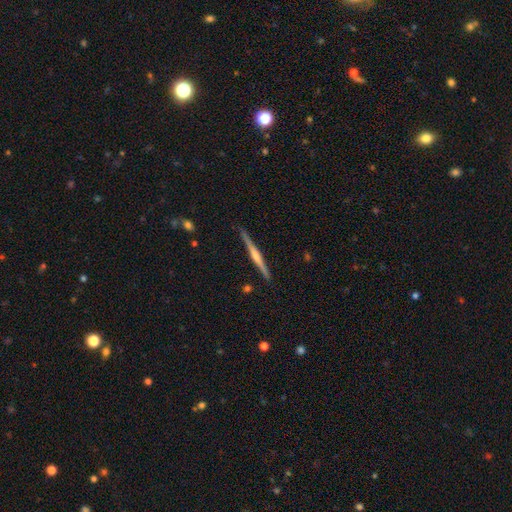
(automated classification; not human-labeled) smooth_or_featured: featured or disk (p=0.80) [alt: smooth p=0.15]
disk_edge_on: yes (p=0.99) [alt: no p=0.01]
edge_on_bulge: rounded (p=0.74) [alt: none p=0.14]
merging: none (p=0.91) [alt: minor disturbance p=0.07]